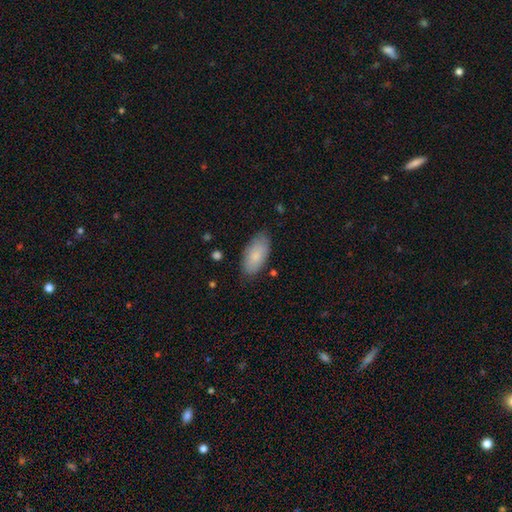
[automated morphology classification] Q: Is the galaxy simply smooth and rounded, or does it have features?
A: smooth — 83%.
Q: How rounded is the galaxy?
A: in between — 93%.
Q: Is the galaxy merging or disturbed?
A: none — 80%.